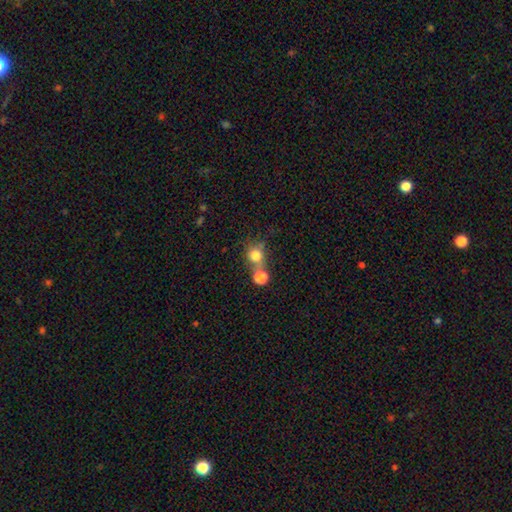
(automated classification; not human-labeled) Q: Smooth or featured?
A: smooth (77%); runner-up: star or artifact (12%)
Q: How rounded?
A: round (82%); runner-up: in between (17%)
Q: Merging?
A: none (46%); runner-up: merger (39%)